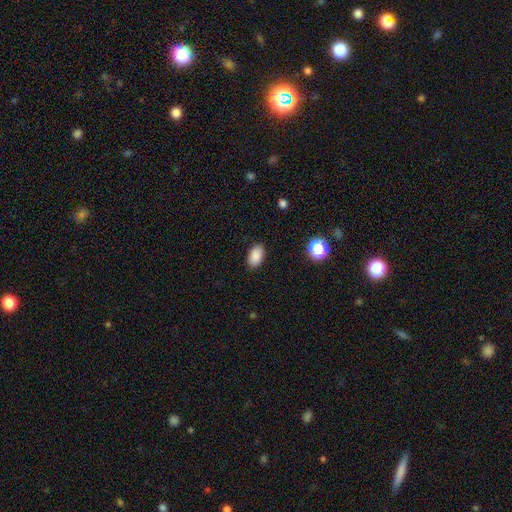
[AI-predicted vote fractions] A smooth galaxy with no disk features (88%) that is in between round and cigar-shaped (91%). Merging: none (88%).